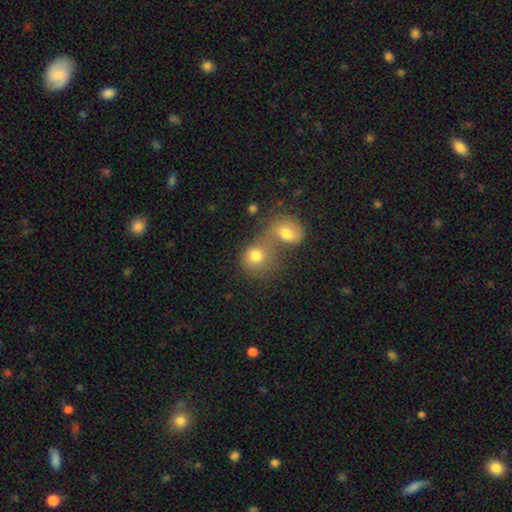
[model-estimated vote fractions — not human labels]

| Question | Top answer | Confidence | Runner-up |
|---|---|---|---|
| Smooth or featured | smooth | 77% | featured or disk (13%) |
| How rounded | round | 70% | in between (29%) |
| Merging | merger | 66% | none (22%) |